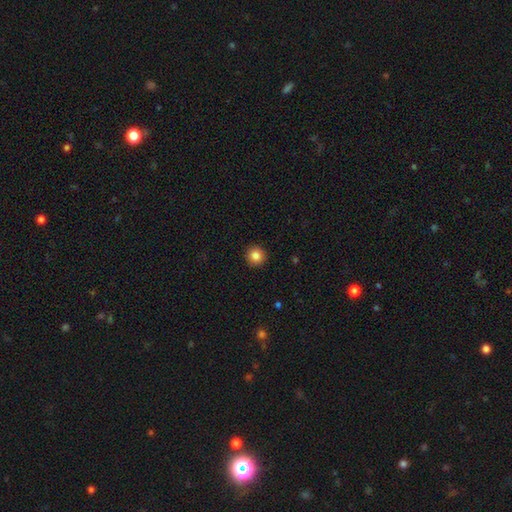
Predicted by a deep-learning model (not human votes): This is clearly a smooth galaxy (84%). How rounded: clearly round (95%). Merging: clearly none (93%).